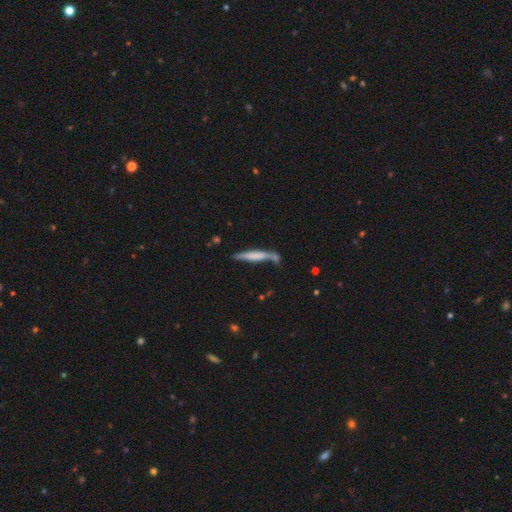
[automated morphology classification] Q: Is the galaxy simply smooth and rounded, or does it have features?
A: smooth — 57%.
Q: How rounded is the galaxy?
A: cigar-shaped — 92%.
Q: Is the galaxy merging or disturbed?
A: none — 56%.